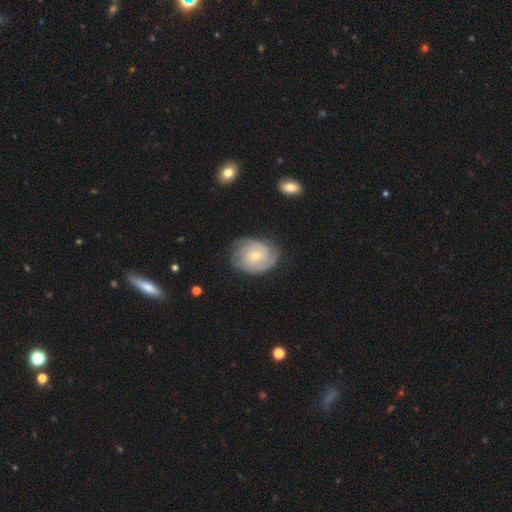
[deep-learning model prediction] smooth-or-featured: featured or disk: 86% | smooth: 9% | star or artifact: 5%
  disk-edge-on: no: 98% | yes: 2%
    bar: no: 72% | weak: 24% | strong: 4%
    has-spiral-arms: yes: 97% | no: 3%
      spiral-winding: tight: 73% | medium: 23% | loose: 4%
      spiral-arm-count: 3: 32% | can't tell: 21% | 2: 20% | 4: 14% | more than 4: 6% | 1: 6%
    bulge-size: small: 66% | moderate: 30% | none: 1% | large: 1% | dominant: 1%
  merging: none: 78% | minor disturbance: 16% | major disturbance: 5% | merger: 1%